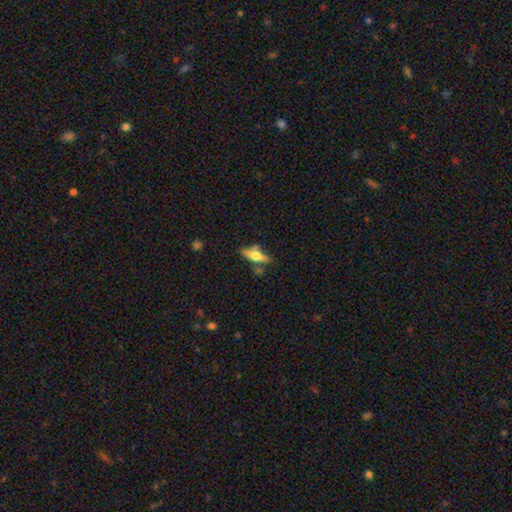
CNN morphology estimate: Q: Smooth or featured?
A: smooth (49%); runner-up: featured or disk (44%)
Q: Merging?
A: none (64%); runner-up: minor disturbance (18%)